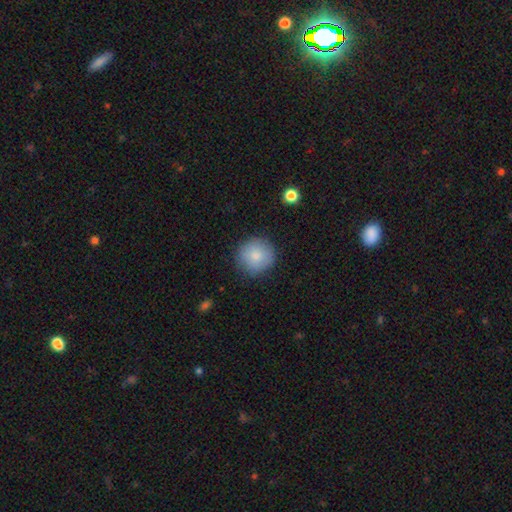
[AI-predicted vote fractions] A smooth galaxy with no disk features (83%) that is round (94%). Merging: none (85%).